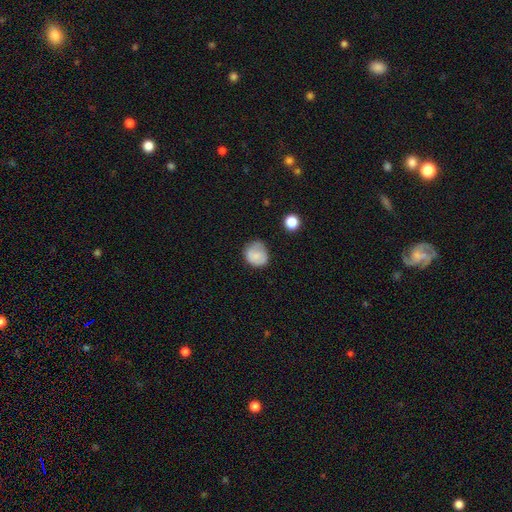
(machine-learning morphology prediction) This appears to be a smooth galaxy with no disk features (76%) that is round (72%). Merging: none (54%).